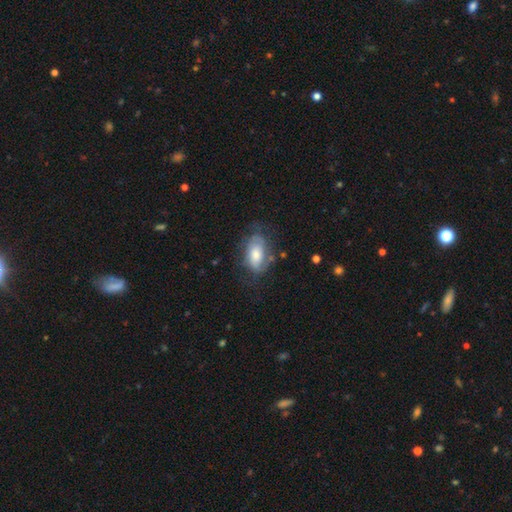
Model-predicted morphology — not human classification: Q: Smooth or featured?
A: smooth (53%); runner-up: featured or disk (40%)
Q: How rounded?
A: in between (90%); runner-up: round (8%)
Q: Merging?
A: none (55%); runner-up: minor disturbance (27%)